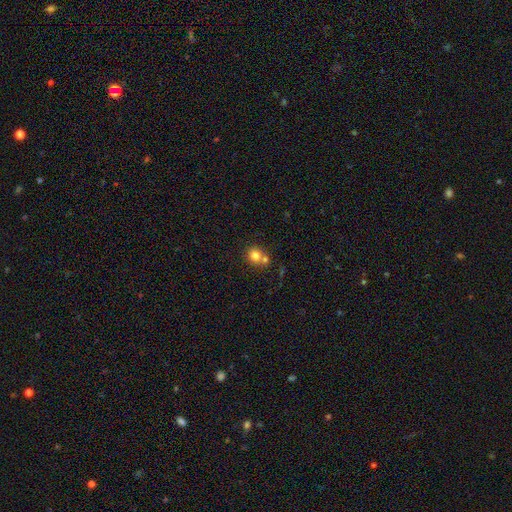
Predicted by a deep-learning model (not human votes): A smooth galaxy with no disk features (80%) that is round (81%). Merging: none (52%).